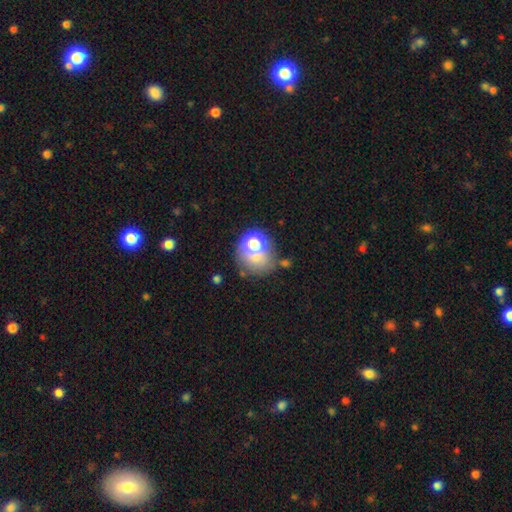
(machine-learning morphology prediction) The model was most divided on "merging": none: 43%, merger: 26%, minor disturbance: 16%, major disturbance: 15%. More confident: how rounded — round (72%); smooth or featured — smooth (58%).